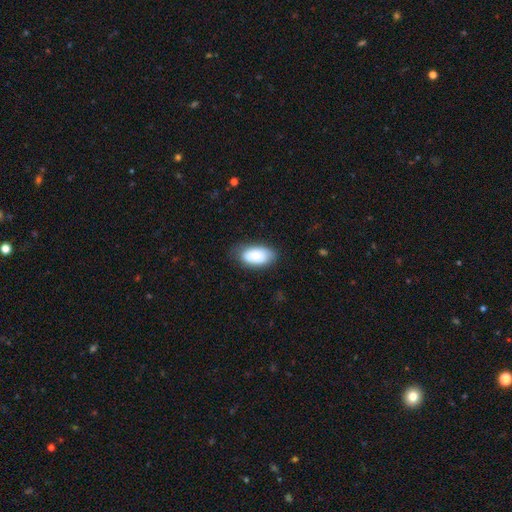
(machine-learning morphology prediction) smooth 77%, featured or disk 16%, star or artifact 7%. Down the decision tree: how rounded — in between (94%); merging — none (72%).